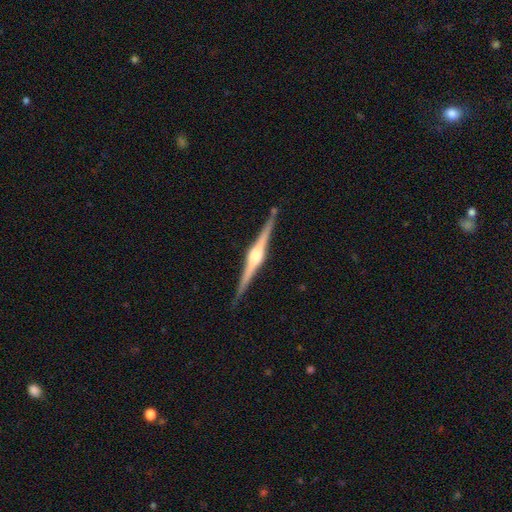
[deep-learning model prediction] The model was most divided on "edge-on bulge": rounded: 85%, boxy: 12%, none: 3%. More confident: edge-on disk — yes (99%); merging — none (89%); smooth or featured — featured or disk (87%).